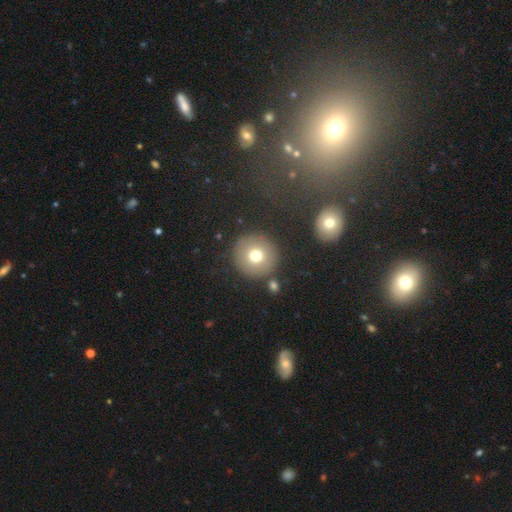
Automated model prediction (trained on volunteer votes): Q: Smooth or featured?
A: smooth (73%); runner-up: featured or disk (16%)
Q: How rounded?
A: round (95%); runner-up: in between (4%)
Q: Merging?
A: none (86%); runner-up: minor disturbance (7%)